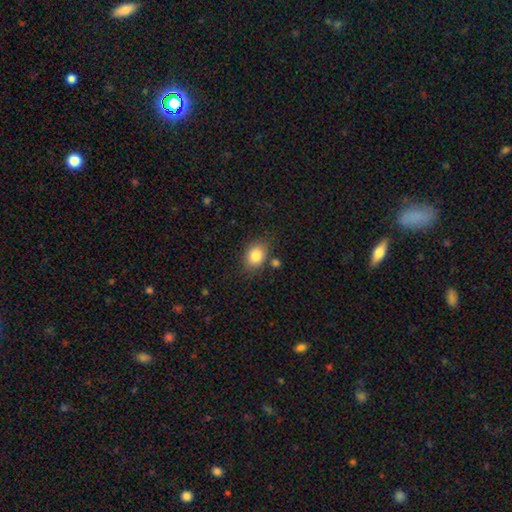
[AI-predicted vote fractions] A smooth galaxy with no disk features (83%) that is in between round and cigar-shaped (66%).

Vote fractions:
- Smooth or featured? smooth: 83% / star or artifact: 9% / featured or disk: 8%
- How rounded? in between: 66% / round: 33% / cigar-shaped: 1%
- Merging? none: 78% / minor disturbance: 13% / merger: 6% / major disturbance: 4%